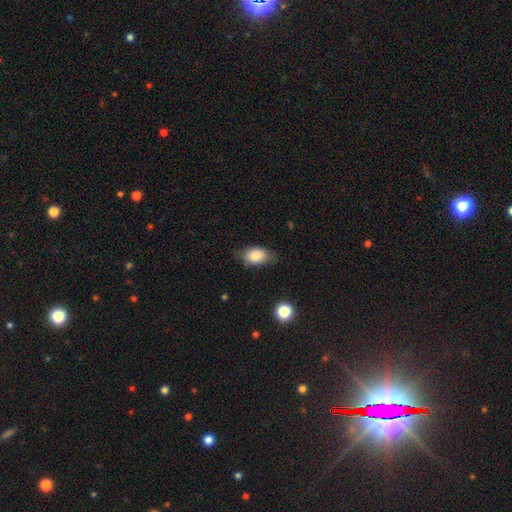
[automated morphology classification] Q: Smooth or featured?
A: smooth (84%); runner-up: featured or disk (9%)
Q: How rounded?
A: in between (88%); runner-up: round (10%)
Q: Merging?
A: none (74%); runner-up: minor disturbance (20%)